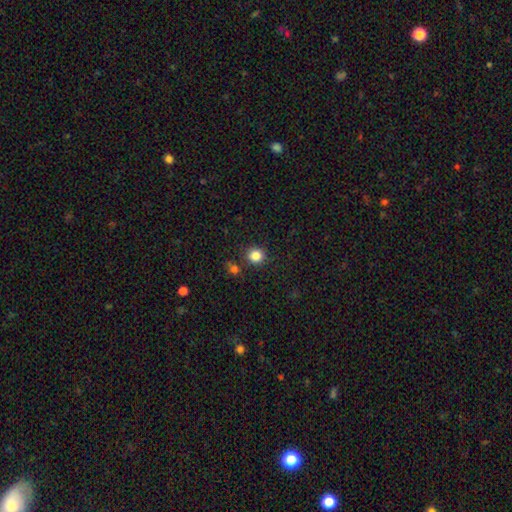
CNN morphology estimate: This appears to be a smooth galaxy with no disk features (84%) that is round (87%). Merging: none (85%).